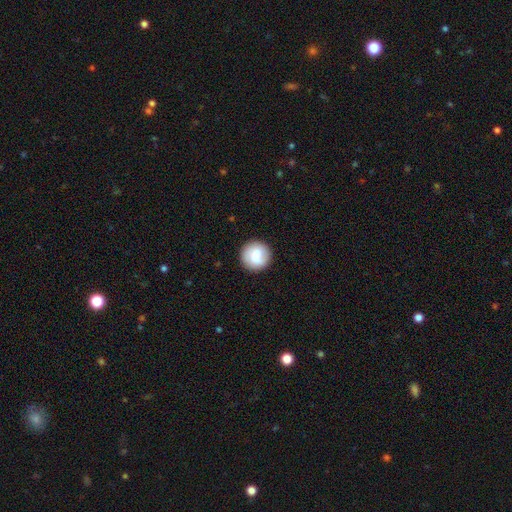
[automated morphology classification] Q: Smooth or featured?
A: smooth (75%); runner-up: featured or disk (18%)
Q: How rounded?
A: round (95%); runner-up: in between (4%)
Q: Merging?
A: none (89%); runner-up: minor disturbance (7%)